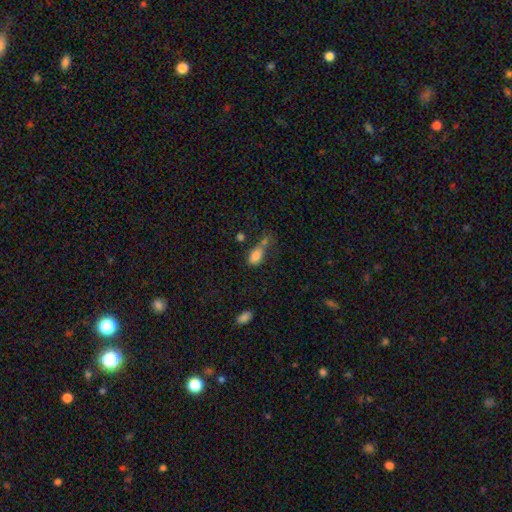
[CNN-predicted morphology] Overall: smooth (79%). How rounded: in between (84%). Merging: none (30%; merger 28%).